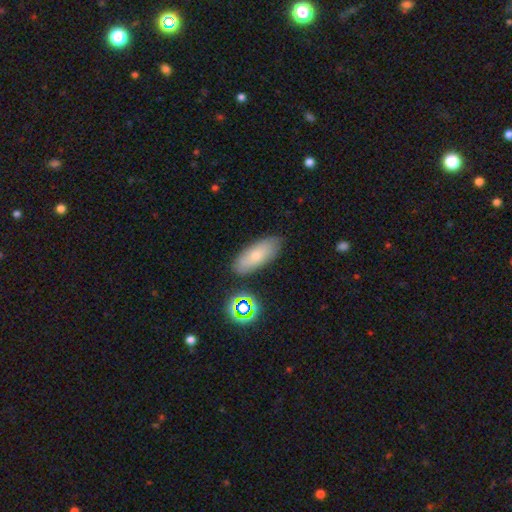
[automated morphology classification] This is likely a smooth galaxy (74%). How rounded: likely in between (77%). Merging: clearly none (82%).